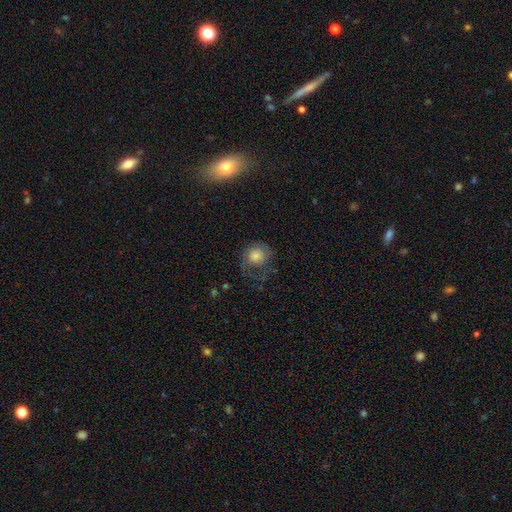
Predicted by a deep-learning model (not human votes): smooth-or-featured: smooth: 53% | featured or disk: 35% | star or artifact: 11%
  how-rounded: round: 79% | in between: 20% | cigar-shaped: 1%
  merging: none: 45% | major disturbance: 31% | minor disturbance: 22% | merger: 2%